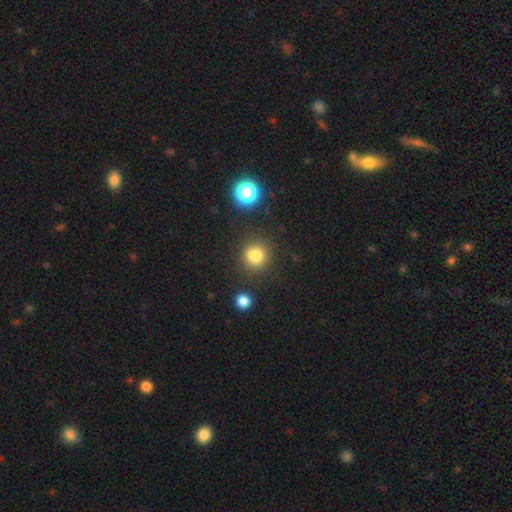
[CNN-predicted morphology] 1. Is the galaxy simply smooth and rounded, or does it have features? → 80% smooth, 14% star or artifact, 6% featured or disk.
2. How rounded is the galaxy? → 89% round, 10% in between, 1% cigar-shaped.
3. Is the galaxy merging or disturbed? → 83% none, 9% minor disturbance, 5% merger, 3% major disturbance.